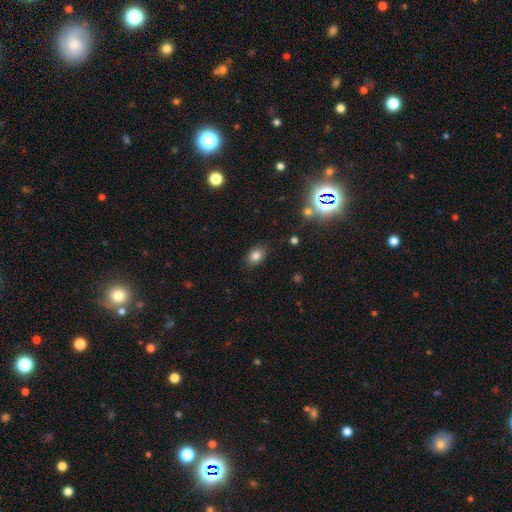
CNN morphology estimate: Smooth or featured?
  - smooth: 81% *
  - star or artifact: 12%
  - featured or disk: 8%
How rounded?
  - in between: 78% *
  - round: 20%
  - cigar-shaped: 1%
Merging?
  - none: 85% *
  - minor disturbance: 11%
  - major disturbance: 3%
  - merger: 1%